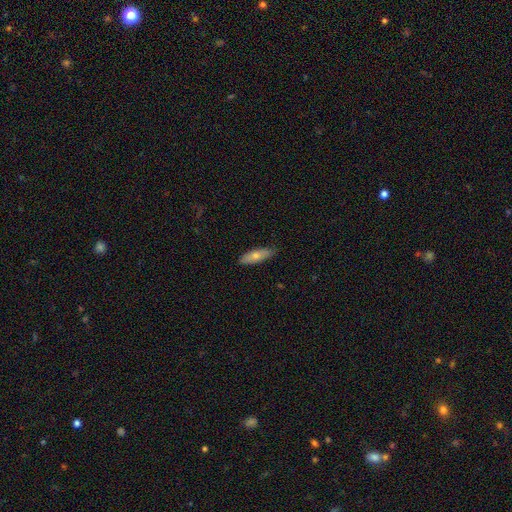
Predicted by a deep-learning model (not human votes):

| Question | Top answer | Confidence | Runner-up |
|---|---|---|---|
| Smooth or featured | smooth | 70% | featured or disk (24%) |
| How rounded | in between | 49% | tied: cigar-shaped (49%) |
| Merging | none | 84% | minor disturbance (13%) |